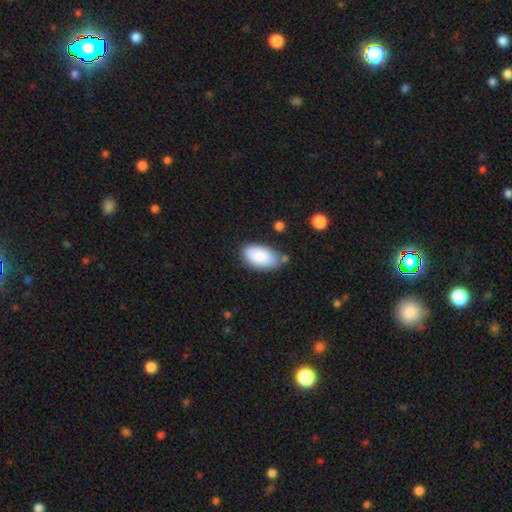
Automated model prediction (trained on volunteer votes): Q: Smooth or featured?
A: smooth (87%); runner-up: featured or disk (6%)
Q: How rounded?
A: in between (95%); runner-up: round (3%)
Q: Merging?
A: none (71%); runner-up: minor disturbance (20%)